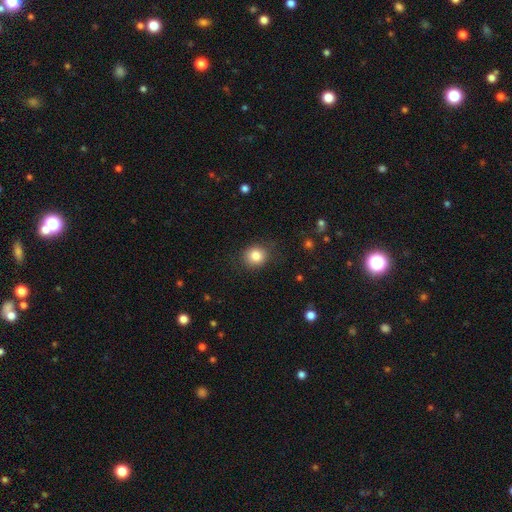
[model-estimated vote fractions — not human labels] Overall: smooth (84%). How rounded: round (80%). Merging: none (83%).